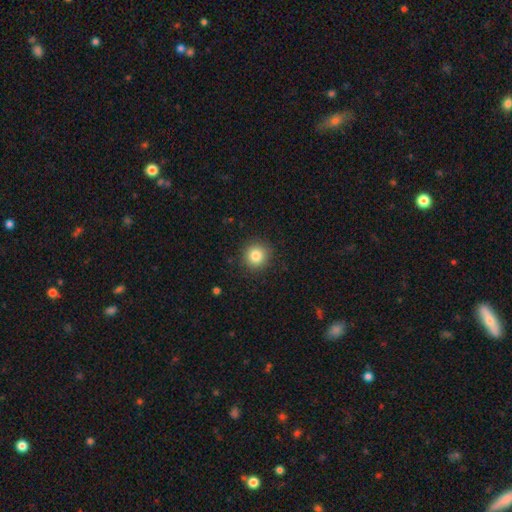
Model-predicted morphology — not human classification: A smooth galaxy with no disk features (83%) that is round (93%).

Vote fractions:
- Smooth or featured? smooth: 83% / star or artifact: 11% / featured or disk: 6%
- How rounded? round: 93% / in between: 6% / cigar-shaped: 1%
- Merging? none: 90% / minor disturbance: 7% / major disturbance: 2% / merger: 1%